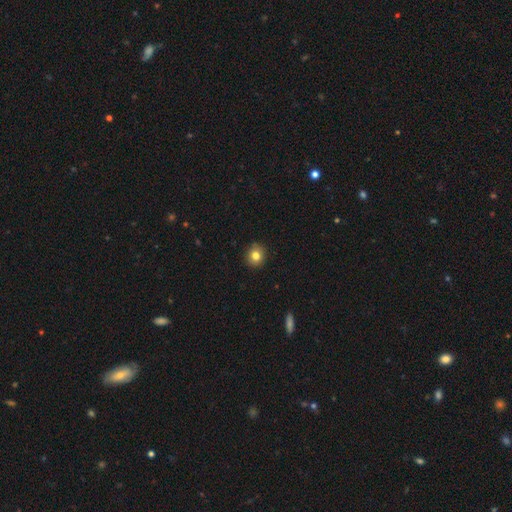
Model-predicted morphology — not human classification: Smooth or featured? smooth (81%)
How rounded? round (86%)
Merging? none (90%)